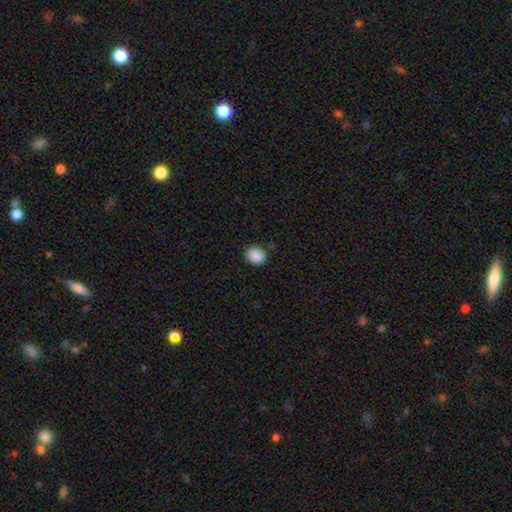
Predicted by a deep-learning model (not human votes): smooth 89%, star or artifact 8%, featured or disk 3%. Down the decision tree: how rounded — round (73%); merging — none (85%).